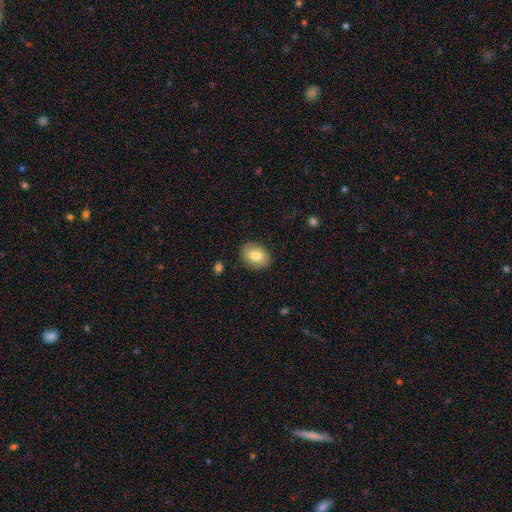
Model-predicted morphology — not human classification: Smooth or featured?
  - smooth: 80% *
  - featured or disk: 13%
  - star or artifact: 7%
How rounded?
  - in between: 75% *
  - round: 24%
  - cigar-shaped: 1%
Merging?
  - none: 88% *
  - minor disturbance: 9%
  - major disturbance: 2%
  - merger: 1%